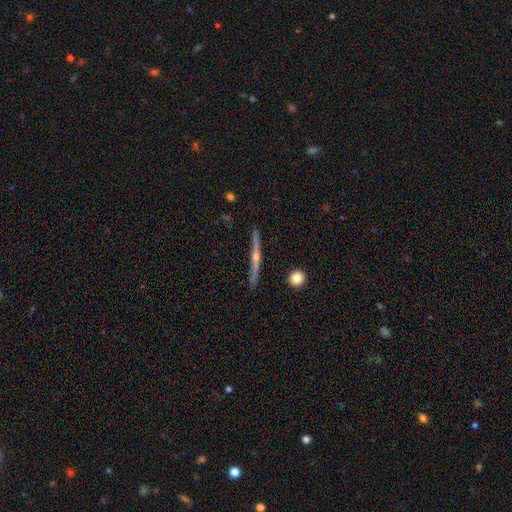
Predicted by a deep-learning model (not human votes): Morphology: type=featured or disk (79%); edge-on=yes (98%); edge-on bulge=rounded (85%); merging=none (90%).